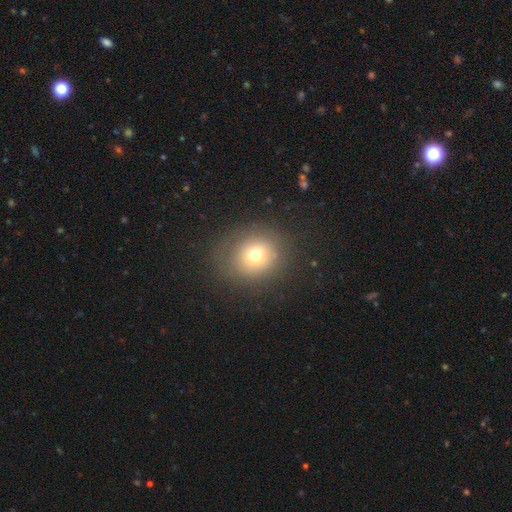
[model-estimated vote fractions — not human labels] Smooth or featured?
  - smooth: 70% *
  - star or artifact: 16%
  - featured or disk: 14%
How rounded?
  - round: 85% *
  - in between: 14%
  - cigar-shaped: 1%
Merging?
  - none: 80% *
  - minor disturbance: 11%
  - major disturbance: 8%
  - merger: 1%